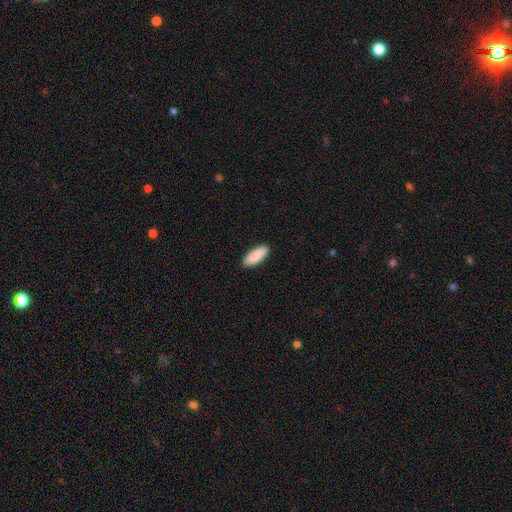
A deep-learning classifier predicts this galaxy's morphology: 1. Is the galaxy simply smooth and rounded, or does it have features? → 90% smooth, 5% star or artifact, 4% featured or disk.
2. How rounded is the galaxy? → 71% in between, 28% cigar-shaped, 2% round.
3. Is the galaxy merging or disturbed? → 90% none, 8% minor disturbance, 2% major disturbance, 1% merger.